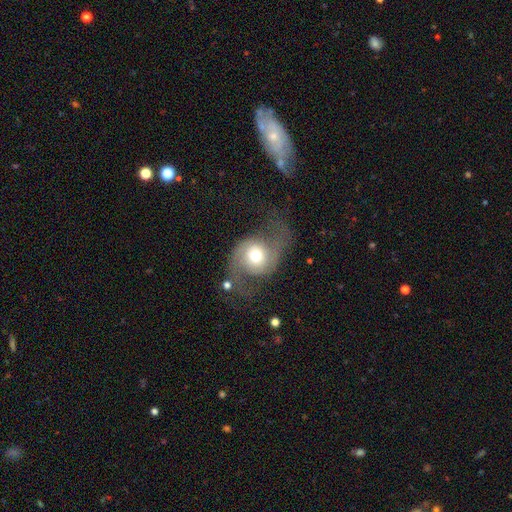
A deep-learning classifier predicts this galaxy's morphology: Smooth or featured: featured or disk — 75% (smooth — 18%)
Edge-on disk: no — 96% (yes — 4%)
Bar: no — 70% (weak — 23%)
Spiral arms: yes — 90% (no — 10%)
Spiral winding: loose — 63% (medium — 30%)
Spiral arm count: 2 — 91% (can't tell — 3%)
Bulge size: moderate — 65% (large — 15%)
Merging: none — 54% (major disturbance — 25%)